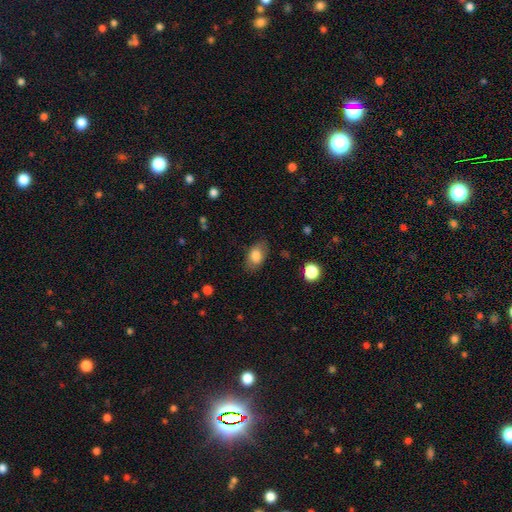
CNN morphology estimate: Q: Smooth or featured?
A: smooth (80%); runner-up: featured or disk (13%)
Q: How rounded?
A: in between (88%); runner-up: round (10%)
Q: Merging?
A: none (79%); runner-up: minor disturbance (16%)